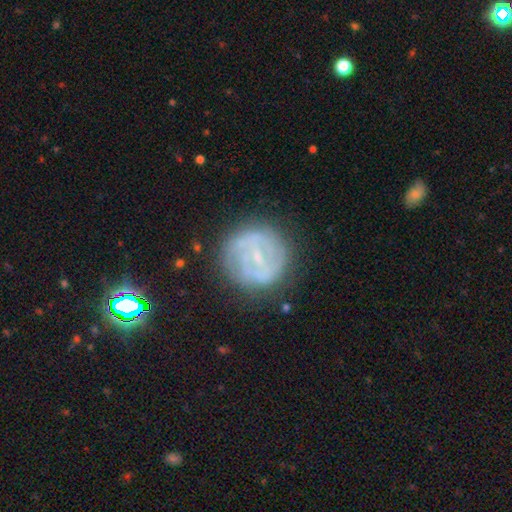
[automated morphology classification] A featured or disk galaxy (69%) with a weak bar (47%), spiral arms (73%) and a small central bulge (74%). Merging: none (79%).